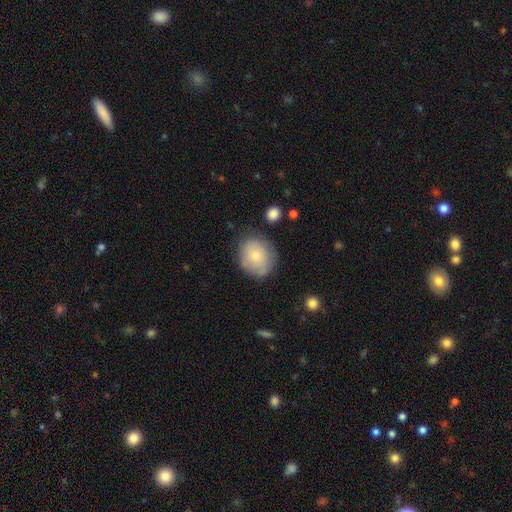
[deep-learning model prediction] This is likely a smooth galaxy (74%). How rounded: likely round (64%). Merging: likely none (71%).